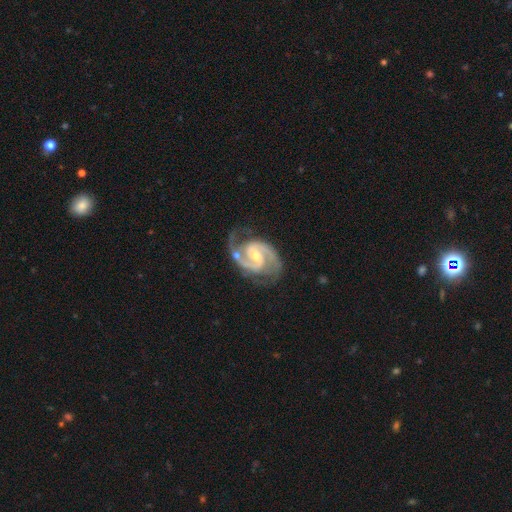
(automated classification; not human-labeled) Smooth or featured? Predicted: featured or disk (p=0.94). Edge-on disk? Predicted: no (p=0.98). Bar? Predicted: weak (p=0.52). Spiral arms? Predicted: yes (p=0.99). Spiral winding? Predicted: medium (p=0.59). Spiral arm count? Predicted: 2 (p=0.90). Bulge size? Predicted: small (p=0.50). Merging? Predicted: none (p=0.68).